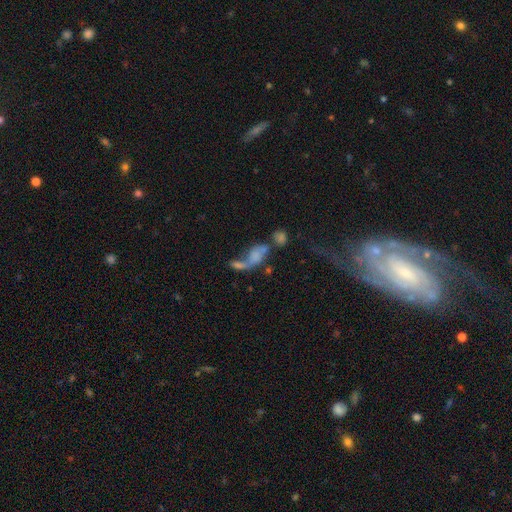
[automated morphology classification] The model was most divided on "smooth or featured": smooth: 51%, featured or disk: 33%, star or artifact: 15%. More confident: how rounded — in between (75%); merging — merger (56%).